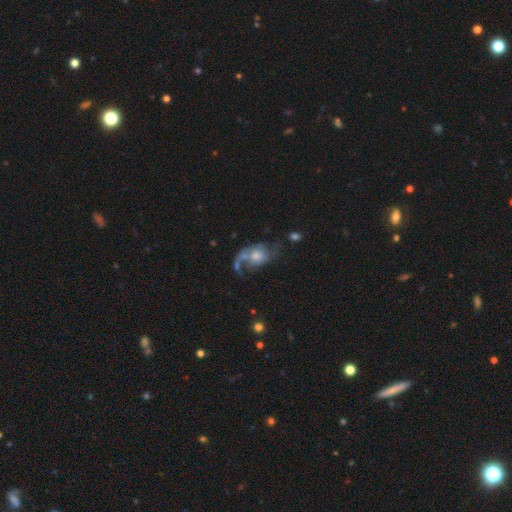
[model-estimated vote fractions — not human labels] Smooth or featured: featured or disk — 63% (smooth — 29%)
Edge-on disk: no — 97% (yes — 3%)
Bar: no — 73% (weak — 23%)
Spiral arms: yes — 78% (no — 22%)
Bulge size: moderate — 45% (small — 31%)
Merging: none — 34% (major disturbance — 33%)